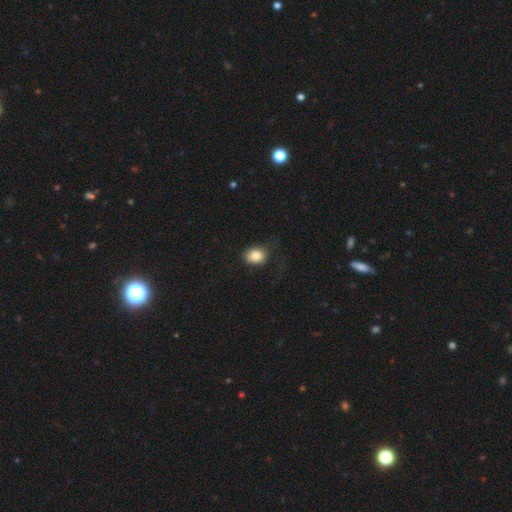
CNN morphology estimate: Smooth or featured? smooth (82%)
How rounded? round (50%)
Merging? none (63%)